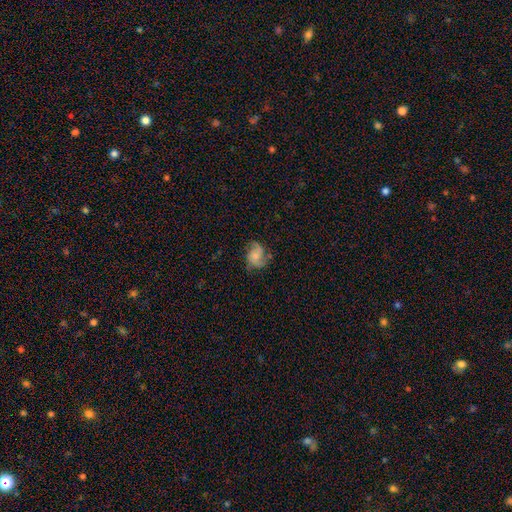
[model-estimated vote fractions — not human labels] smooth-or-featured: featured or disk: 64% | smooth: 28% | star or artifact: 8%
  disk-edge-on: no: 98% | yes: 2%
    bar: no: 72% | weak: 25% | strong: 4%
    has-spiral-arms: yes: 91% | no: 9%
      spiral-winding: medium: 45% | loose: 35% | tight: 20%
      spiral-arm-count: 2: 49% | 3: 26% | can't tell: 13% | 1: 5% | 4: 4% | more than 4: 3%
    bulge-size: small: 48% | moderate: 31% | none: 15% | large: 5% | dominant: 2%
  merging: none: 62% | minor disturbance: 23% | major disturbance: 13% | merger: 2%